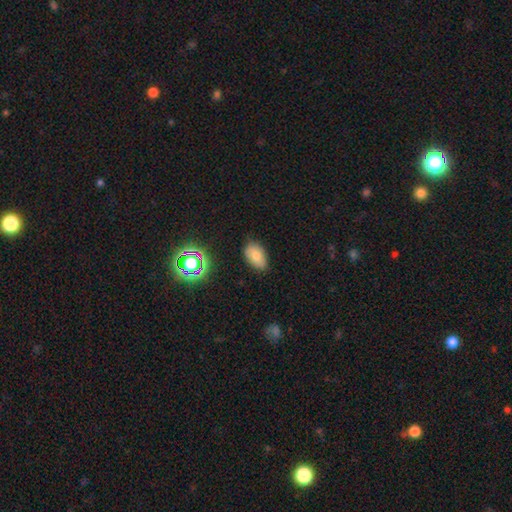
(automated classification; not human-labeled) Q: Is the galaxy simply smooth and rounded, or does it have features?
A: smooth — 75%.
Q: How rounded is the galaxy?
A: in between — 91%.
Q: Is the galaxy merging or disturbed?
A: none — 80%.